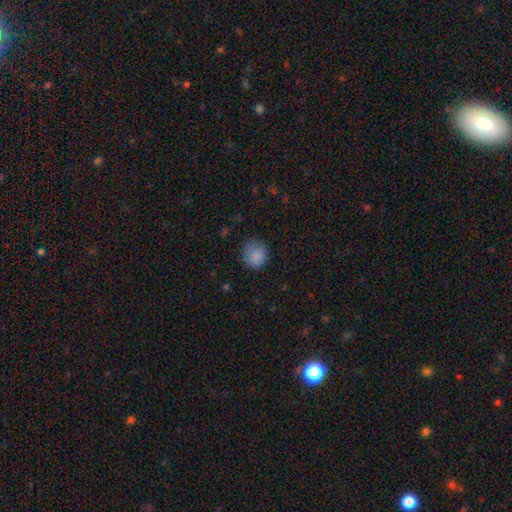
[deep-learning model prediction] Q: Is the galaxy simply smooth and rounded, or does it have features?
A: smooth — 86%.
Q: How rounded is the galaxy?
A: round — 84%.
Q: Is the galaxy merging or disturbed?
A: none — 73%.